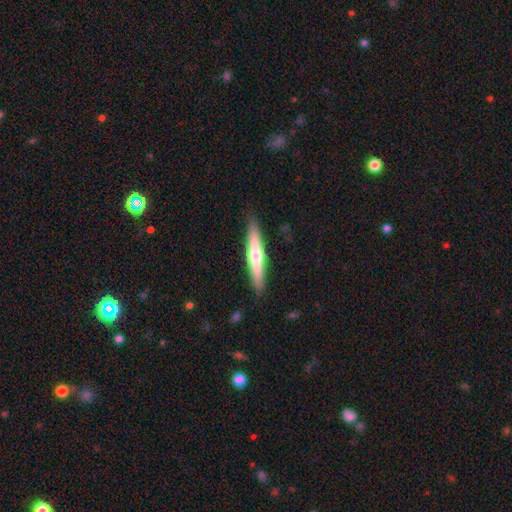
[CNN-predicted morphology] This is possibly a featured or disk galaxy (55%). It is clearly viewed edge-on (96%). Edge-on bulge: clearly rounded (86%). Merging: clearly none (89%).